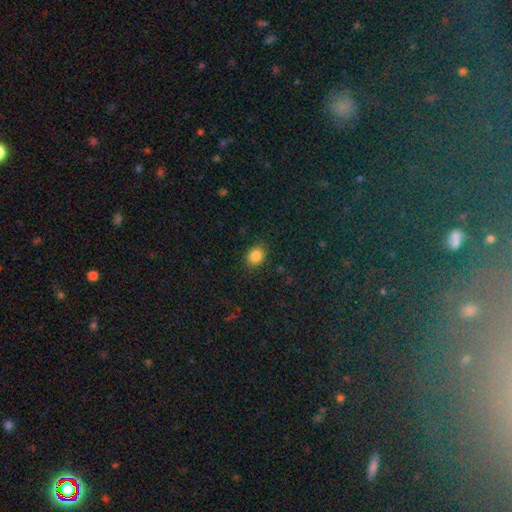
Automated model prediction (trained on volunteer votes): Overall: smooth (85%). How rounded: in between (51%; round 48%). Merging: none (86%).